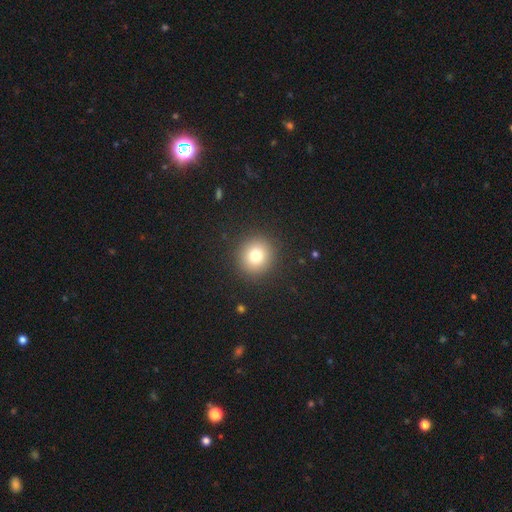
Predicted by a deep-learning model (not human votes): This is likely a smooth galaxy (78%). How rounded: clearly round (92%). Merging: clearly none (91%).